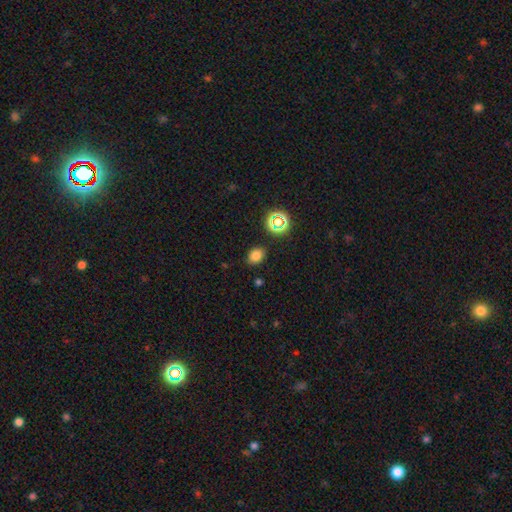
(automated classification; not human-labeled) smooth 77%, star or artifact 17%, featured or disk 6%. Down the decision tree: how rounded — in between (55%); merging — none (85%).